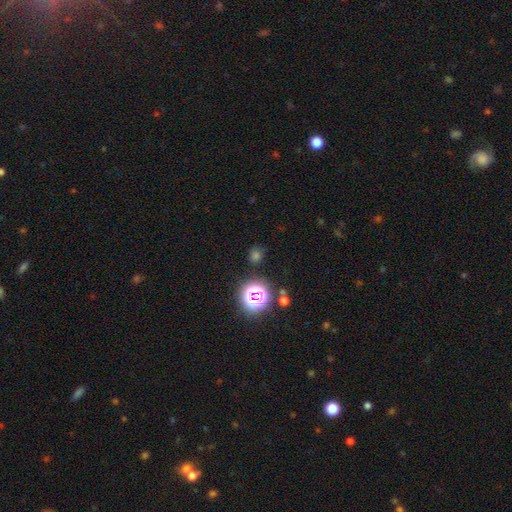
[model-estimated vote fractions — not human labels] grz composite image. It shows a smooth galaxy with no disk features (54%) that is round (83%). Merging: none (83%).